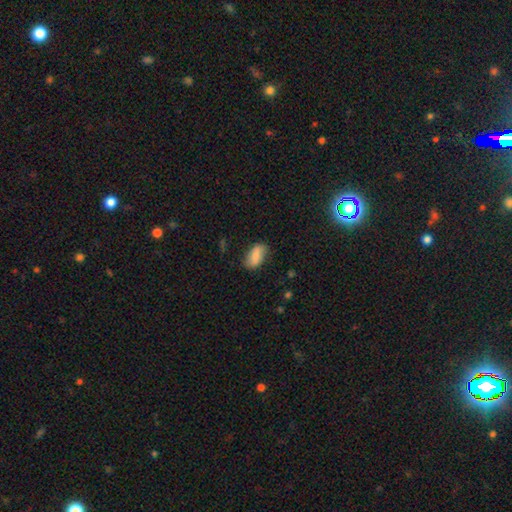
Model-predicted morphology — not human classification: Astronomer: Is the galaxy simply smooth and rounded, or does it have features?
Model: smooth — 76%.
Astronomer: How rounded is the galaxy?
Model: in between — 92%.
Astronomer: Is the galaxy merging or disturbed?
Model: none — 75%.